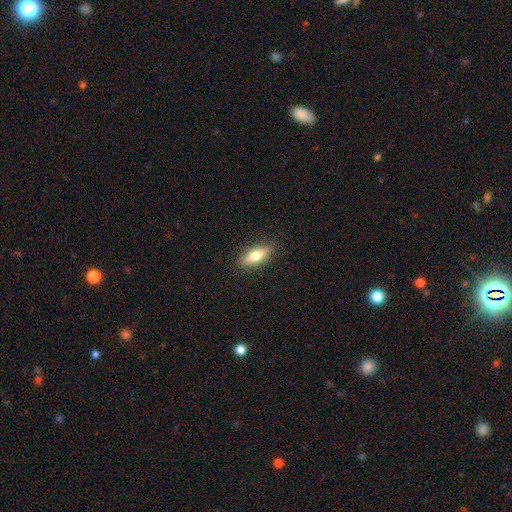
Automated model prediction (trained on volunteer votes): smooth_or_featured: smooth (p=0.61) [alt: featured or disk p=0.32]
how_rounded: in between (p=0.57) [alt: cigar-shaped p=0.40]
merging: none (p=0.89) [alt: minor disturbance p=0.08]